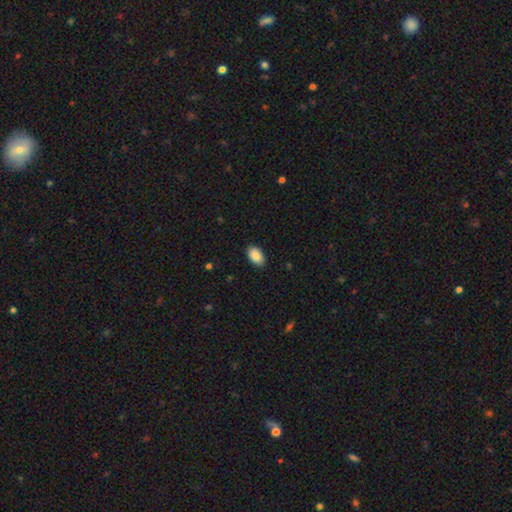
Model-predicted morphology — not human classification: smooth 88%, star or artifact 7%, featured or disk 5%. Down the decision tree: how rounded — in between (93%); merging — none (88%).